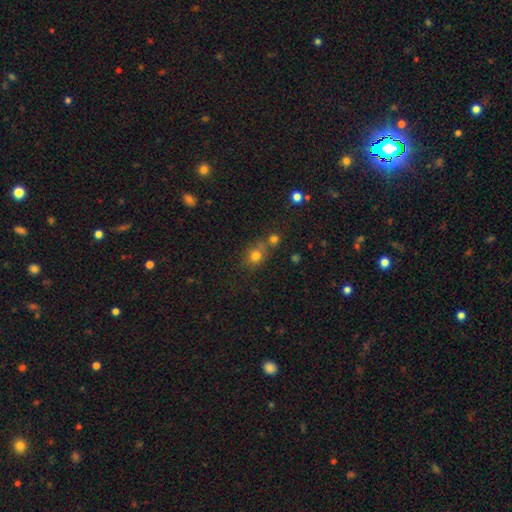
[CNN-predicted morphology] smooth-or-featured: smooth: 75% | star or artifact: 15% | featured or disk: 10%
  how-rounded: round: 68% | in between: 31% | cigar-shaped: 1%
  merging: none: 59% | merger: 22% | minor disturbance: 14% | major disturbance: 5%